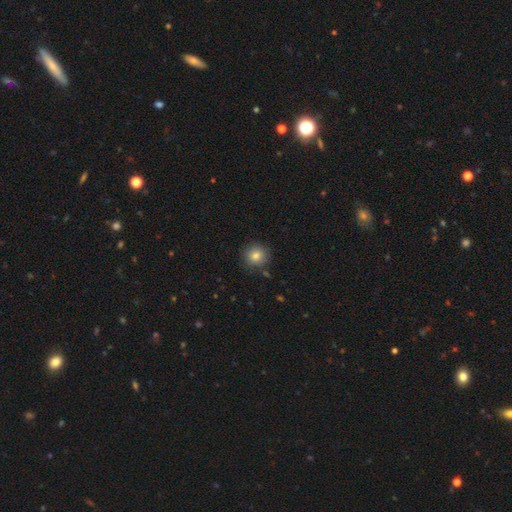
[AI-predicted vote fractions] The model was most divided on "smooth or featured": smooth: 82%, star or artifact: 10%, featured or disk: 8%. More confident: how rounded — round (92%); merging — none (87%).